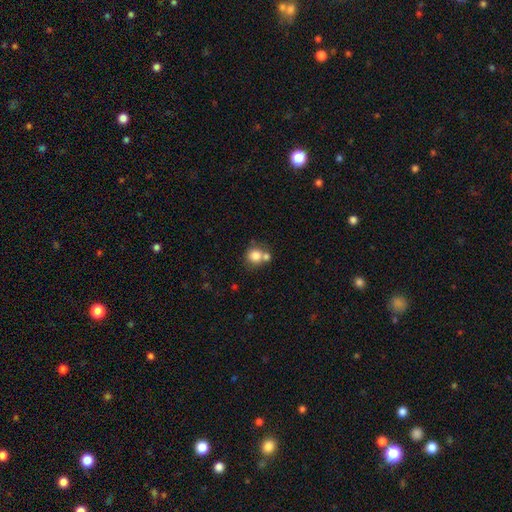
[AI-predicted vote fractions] Q: Smooth or featured?
A: smooth (80%); runner-up: star or artifact (10%)
Q: How rounded?
A: round (85%); runner-up: in between (14%)
Q: Merging?
A: none (51%); runner-up: merger (35%)